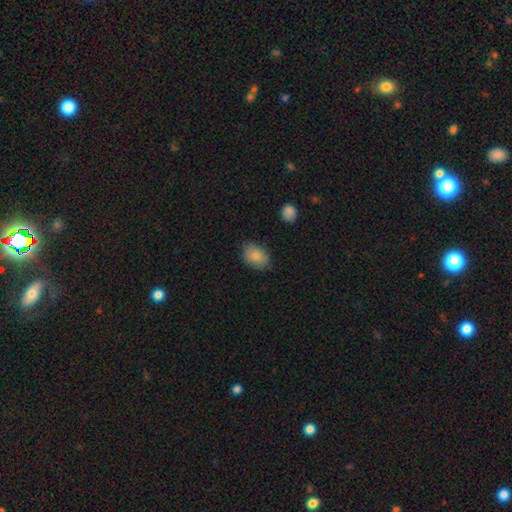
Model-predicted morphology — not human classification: Q: Smooth or featured?
A: smooth (84%); runner-up: featured or disk (9%)
Q: How rounded?
A: in between (80%); runner-up: round (19%)
Q: Merging?
A: none (80%); runner-up: minor disturbance (16%)